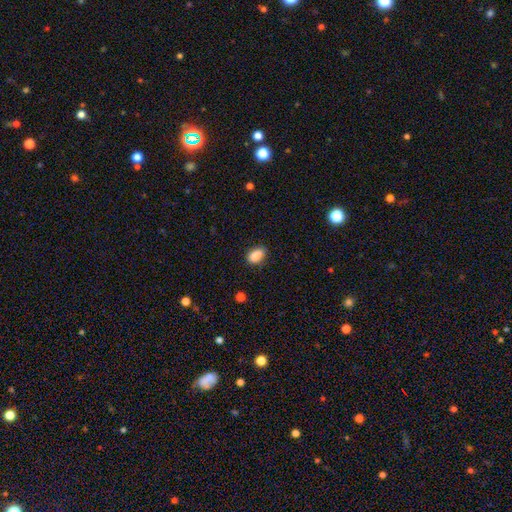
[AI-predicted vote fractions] Morphology: type=smooth (86%); roundness=in between (86%); merging=none (80%).